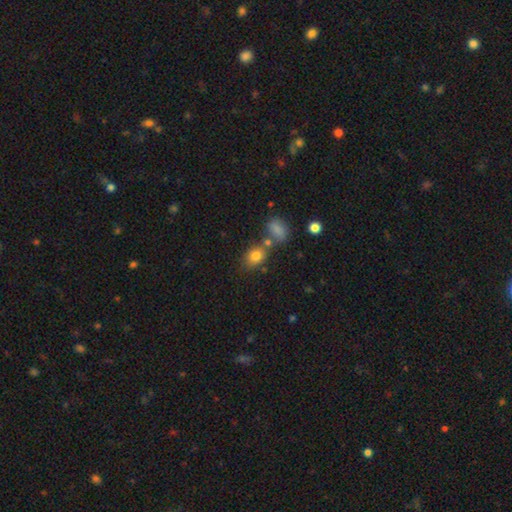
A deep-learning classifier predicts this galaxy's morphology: A smooth galaxy with no disk features (79%) that is in between round and cigar-shaped (62%).

Vote fractions:
- Smooth or featured? smooth: 79% / star or artifact: 11% / featured or disk: 9%
- How rounded? in between: 62% / round: 36% / cigar-shaped: 2%
- Merging? none: 60% / merger: 22% / minor disturbance: 14% / major disturbance: 5%